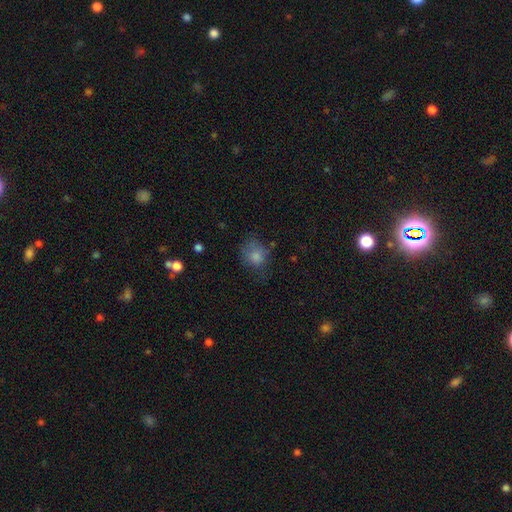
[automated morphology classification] A smooth galaxy with no disk features (79%) that is round (64%). Merging: none (52%).